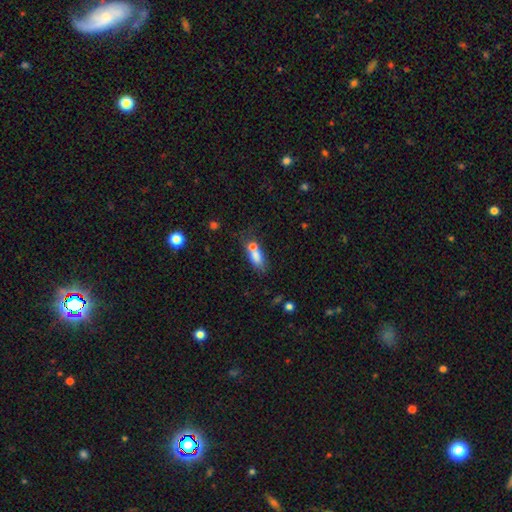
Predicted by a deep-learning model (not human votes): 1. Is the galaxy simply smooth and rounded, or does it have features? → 76% smooth, 15% featured or disk, 10% star or artifact.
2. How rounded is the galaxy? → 74% in between, 16% cigar-shaped, 10% round.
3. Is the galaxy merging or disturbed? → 40% merger, 38% none, 15% minor disturbance, 8% major disturbance.